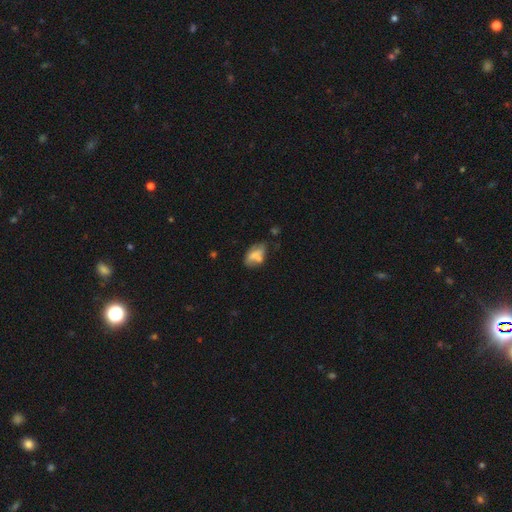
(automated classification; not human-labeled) smooth_or_featured: smooth (p=0.65) [alt: featured or disk p=0.26]
how_rounded: in between (p=0.88) [alt: round p=0.08]
merging: none (p=0.41) [alt: minor disturbance p=0.27]